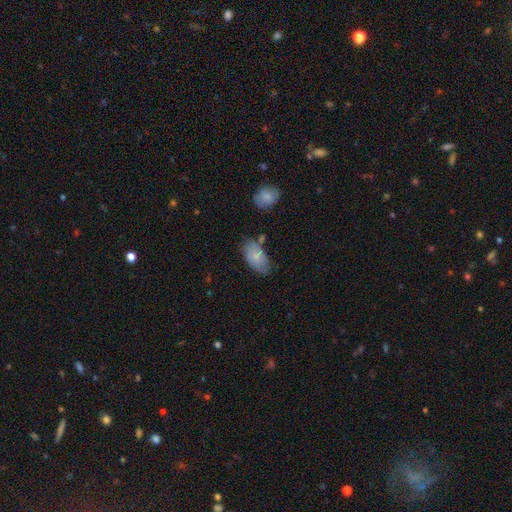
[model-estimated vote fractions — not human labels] smooth-or-featured: smooth: 74% | featured or disk: 20% | star or artifact: 6%
  how-rounded: in between: 93% | round: 5% | cigar-shaped: 2%
  merging: none: 66% | minor disturbance: 22% | merger: 7% | major disturbance: 5%